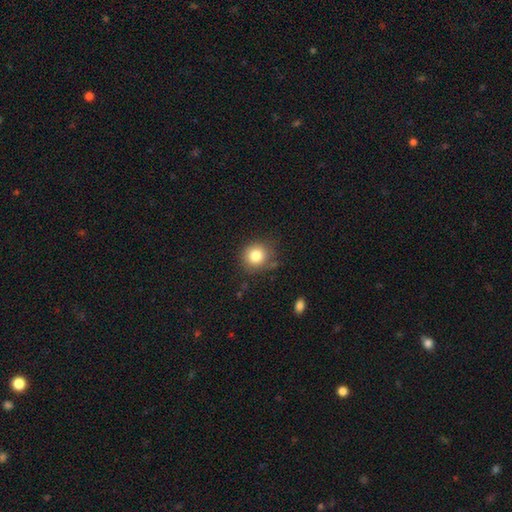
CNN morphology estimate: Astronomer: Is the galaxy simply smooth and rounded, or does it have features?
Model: smooth — 81%.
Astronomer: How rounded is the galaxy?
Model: round — 88%.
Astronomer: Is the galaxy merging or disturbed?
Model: none — 79%.